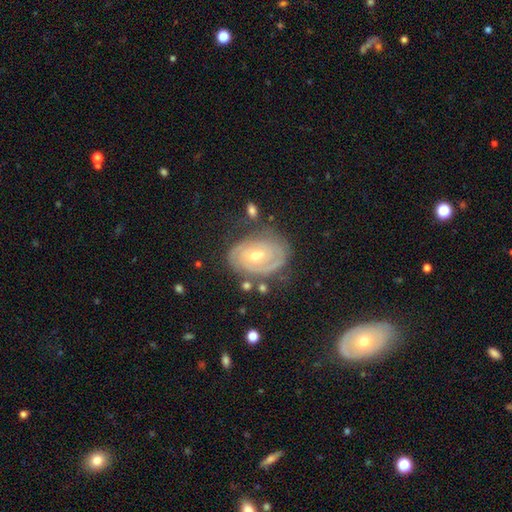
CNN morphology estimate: This appears to be a featured or disk galaxy (84%) with no bar (47%), 2 (50%) tight (75%) spiral arms (93%) and a moderate central bulge (53%). Merging: none (70%).